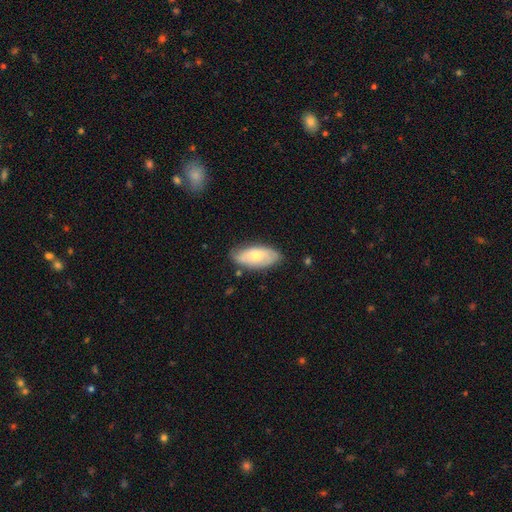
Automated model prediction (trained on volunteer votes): Smooth or featured? smooth (61%)
How rounded? in between (90%)
Merging? none (74%)